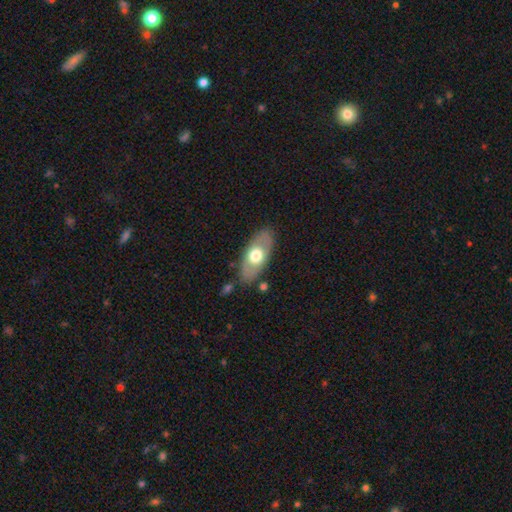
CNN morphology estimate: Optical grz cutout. It shows a smooth galaxy with no disk features (56%) that is in between round and cigar-shaped (87%). Merging: none (80%).